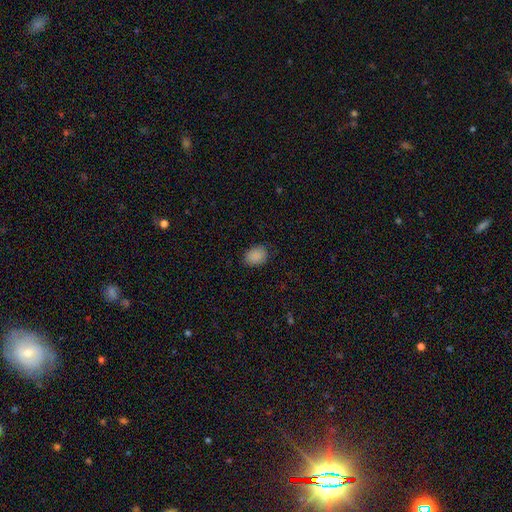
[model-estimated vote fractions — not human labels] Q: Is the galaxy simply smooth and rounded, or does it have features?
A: smooth — 88%.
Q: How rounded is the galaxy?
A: in between — 66%.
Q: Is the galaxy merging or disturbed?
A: none — 84%.